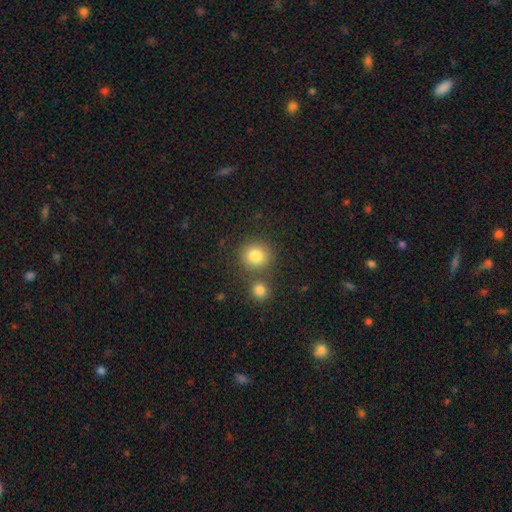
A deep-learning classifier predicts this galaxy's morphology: Q: Smooth or featured?
A: smooth (83%); runner-up: star or artifact (11%)
Q: How rounded?
A: round (86%); runner-up: in between (13%)
Q: Merging?
A: none (69%); runner-up: merger (20%)